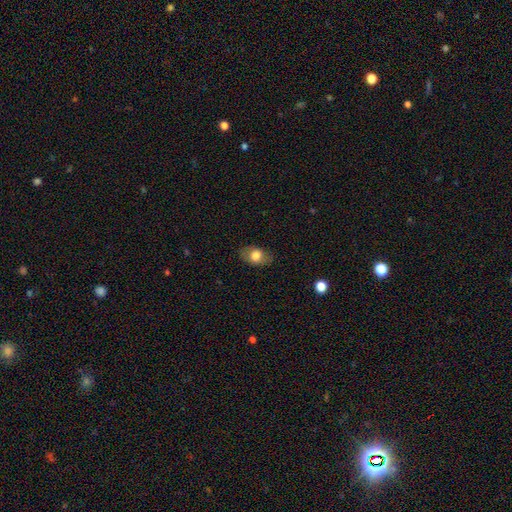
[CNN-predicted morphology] Smooth or featured? smooth (74%)
How rounded? in between (81%)
Merging? none (81%)